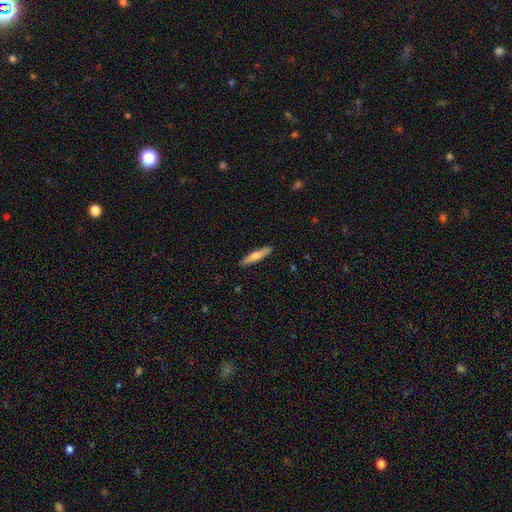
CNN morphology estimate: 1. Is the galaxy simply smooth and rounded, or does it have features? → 68% smooth, 27% featured or disk, 5% star or artifact.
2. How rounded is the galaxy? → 84% cigar-shaped, 14% in between, 1% round.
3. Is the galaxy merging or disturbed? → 89% none, 8% minor disturbance, 2% major disturbance, 1% merger.